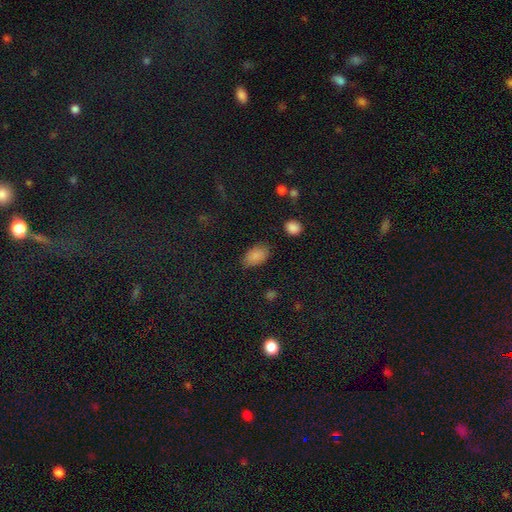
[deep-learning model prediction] Smooth or featured?
  - smooth: 85% *
  - star or artifact: 10%
  - featured or disk: 5%
How rounded?
  - in between: 91% *
  - round: 7%
  - cigar-shaped: 2%
Merging?
  - none: 78% *
  - minor disturbance: 16%
  - major disturbance: 4%
  - merger: 2%